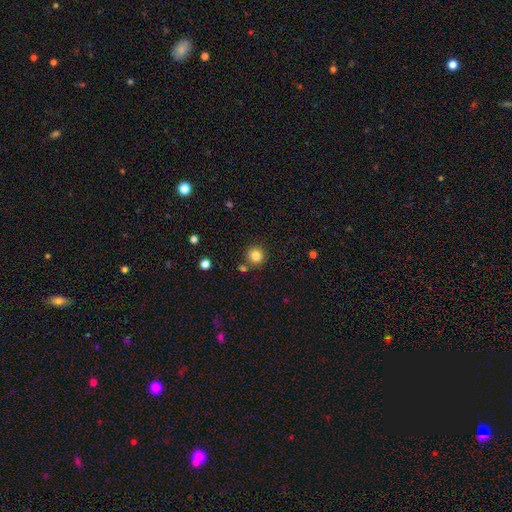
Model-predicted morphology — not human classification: smooth_or_featured: smooth (p=0.84) [alt: star or artifact p=0.11]
how_rounded: round (p=0.92) [alt: in between p=0.07]
merging: none (p=0.82) [alt: minor disturbance p=0.08]